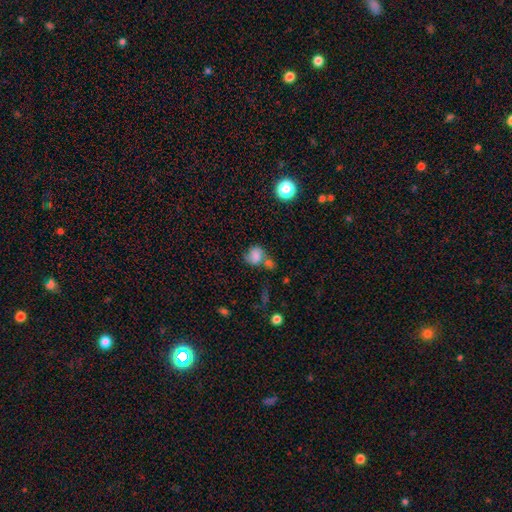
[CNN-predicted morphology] This is likely a smooth galaxy (70%). How rounded: possibly round (53%). Merging: marginally merger (36%).